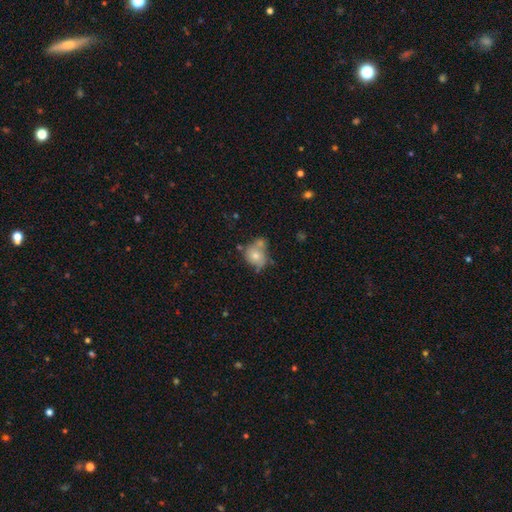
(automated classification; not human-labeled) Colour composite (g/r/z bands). It shows a smooth galaxy with no disk features (69%) that is round (57%). Merging: none (38%).